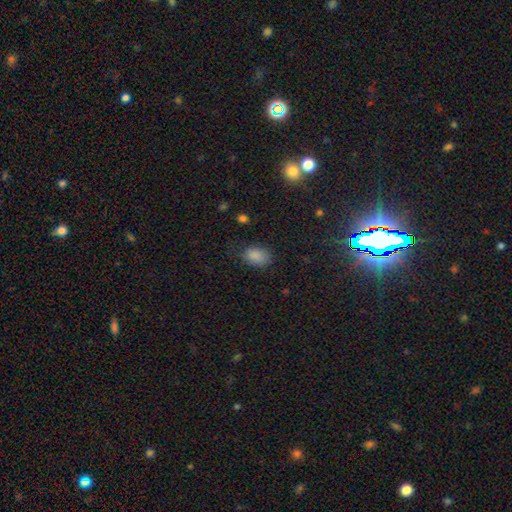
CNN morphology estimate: Smooth or featured? smooth (85%)
How rounded? in between (79%)
Merging? none (70%)